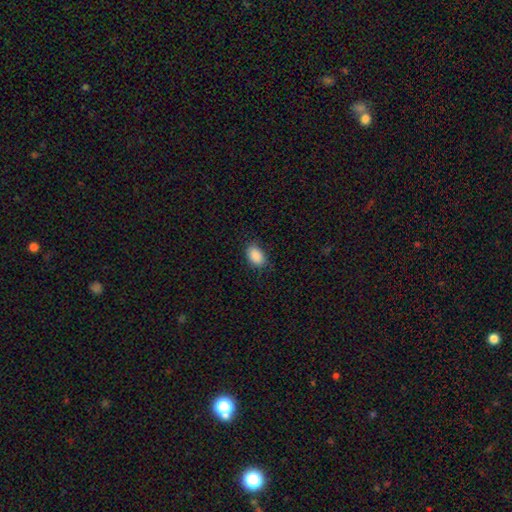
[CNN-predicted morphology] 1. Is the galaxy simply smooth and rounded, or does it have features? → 89% smooth, 8% star or artifact, 3% featured or disk.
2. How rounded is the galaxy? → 89% in between, 10% round, 1% cigar-shaped.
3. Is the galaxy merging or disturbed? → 83% none, 13% minor disturbance, 3% major disturbance, 1% merger.